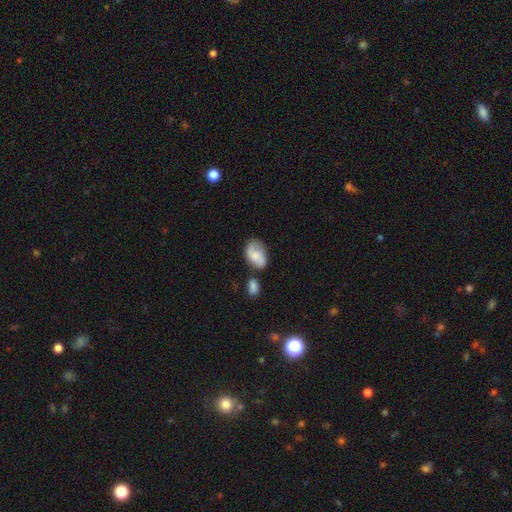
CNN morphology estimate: smooth-or-featured: smooth: 58% | featured or disk: 34% | star or artifact: 8%
  how-rounded: in between: 88% | round: 11% | cigar-shaped: 2%
  merging: none: 48% | minor disturbance: 24% | merger: 19% | major disturbance: 9%